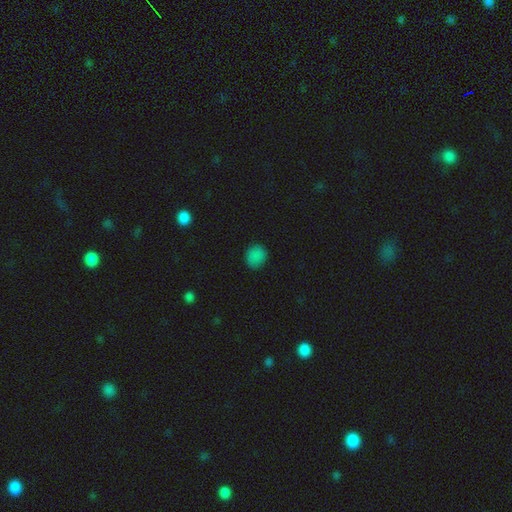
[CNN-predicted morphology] A smooth galaxy with no disk features (83%) that is round (83%). Merging: none (88%).